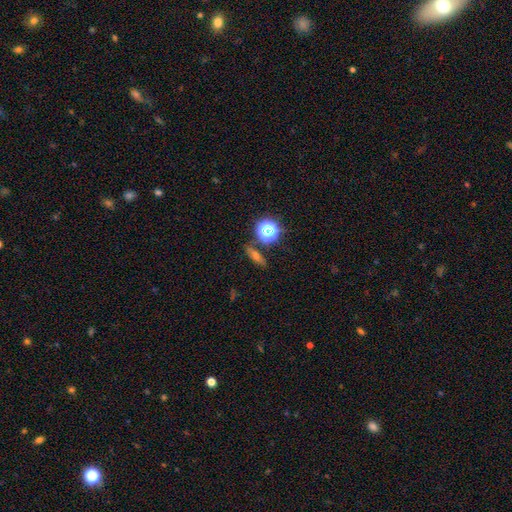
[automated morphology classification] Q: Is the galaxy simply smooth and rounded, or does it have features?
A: smooth — 42%.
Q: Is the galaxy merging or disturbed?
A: none — 84%.